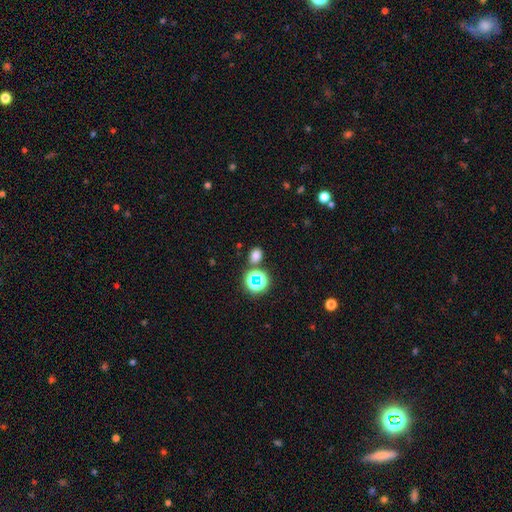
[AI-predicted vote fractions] The model was most divided on "how rounded": in between: 57%, round: 42%, cigar-shaped: 1%. More confident: merging — none (77%); smooth or featured — smooth (70%).